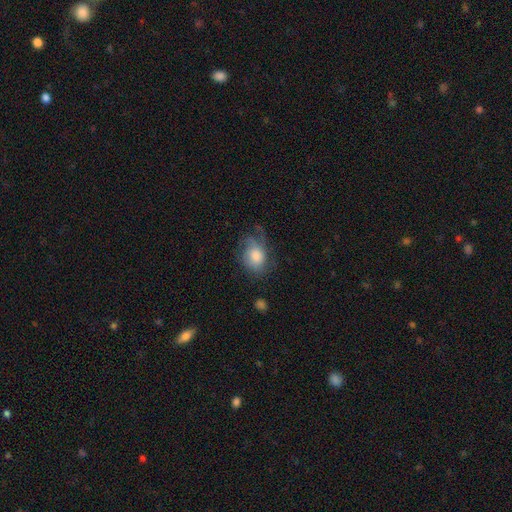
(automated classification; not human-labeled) Morphology: type=featured or disk (47%); merging=none (50%).